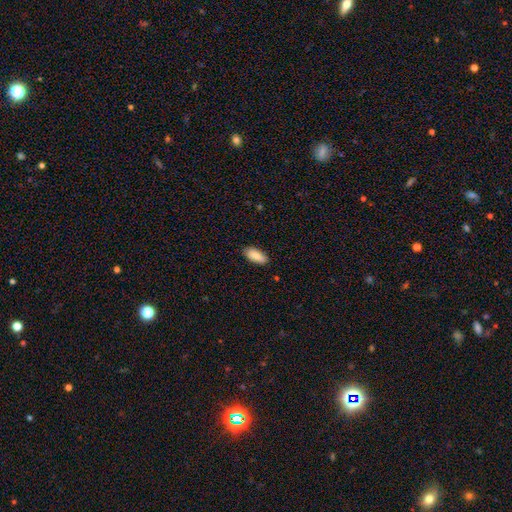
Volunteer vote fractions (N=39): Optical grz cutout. It shows a smooth galaxy with no disk features (87%) that is in between round and cigar-shaped (97%). Merging: none (95%).